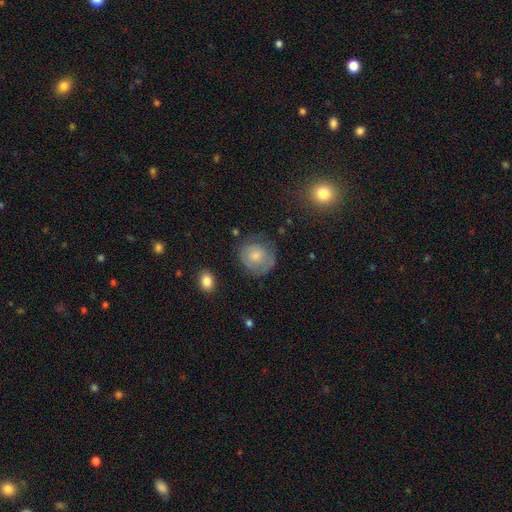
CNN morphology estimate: A smooth galaxy with no disk features (59%) that is round (80%).

Vote fractions:
- Smooth or featured? smooth: 59% / featured or disk: 33% / star or artifact: 8%
- How rounded? round: 80% / in between: 20% / cigar-shaped: 1%
- Merging? none: 59% / minor disturbance: 25% / major disturbance: 13% / merger: 2%